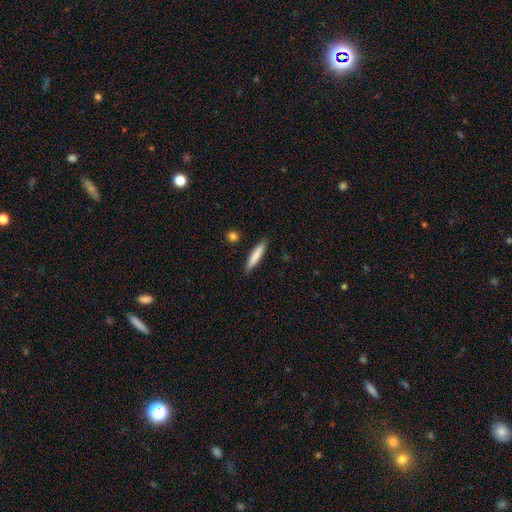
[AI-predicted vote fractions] Overall: smooth (81%). How rounded: cigar-shaped (89%). Merging: none (88%).